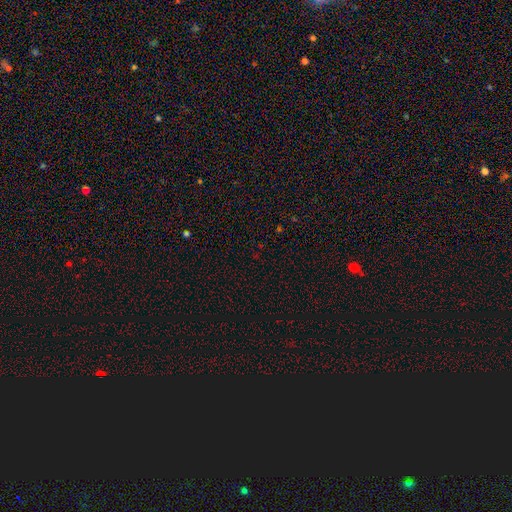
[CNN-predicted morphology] Smooth or featured: star or artifact — 66% (smooth — 27%)